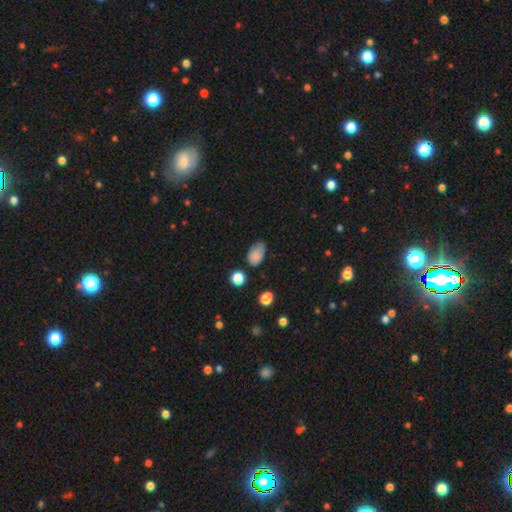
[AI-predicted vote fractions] smooth 83%, star or artifact 10%, featured or disk 7%. Down the decision tree: how rounded — in between (87%); merging — none (52%).